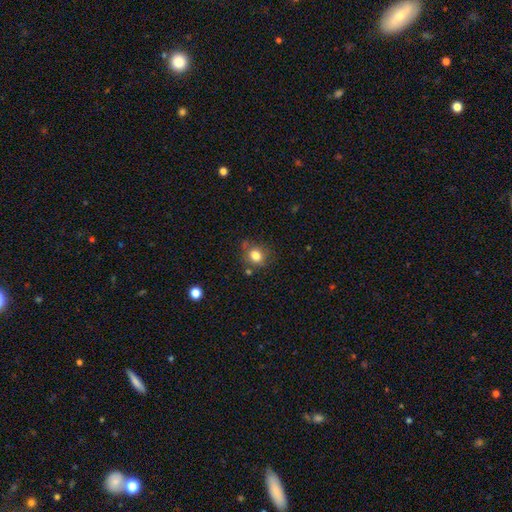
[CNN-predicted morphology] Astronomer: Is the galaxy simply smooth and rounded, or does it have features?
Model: smooth — 81%.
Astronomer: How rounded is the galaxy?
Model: round — 74%.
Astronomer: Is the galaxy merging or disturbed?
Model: none — 73%.